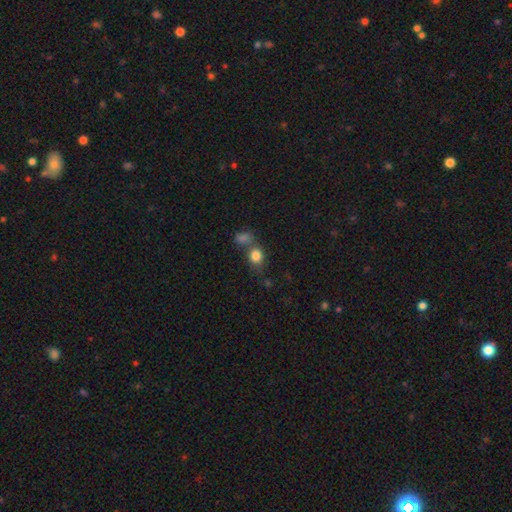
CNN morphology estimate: A smooth galaxy with no disk features (82%) that is round (59%). Merging: none (45%).